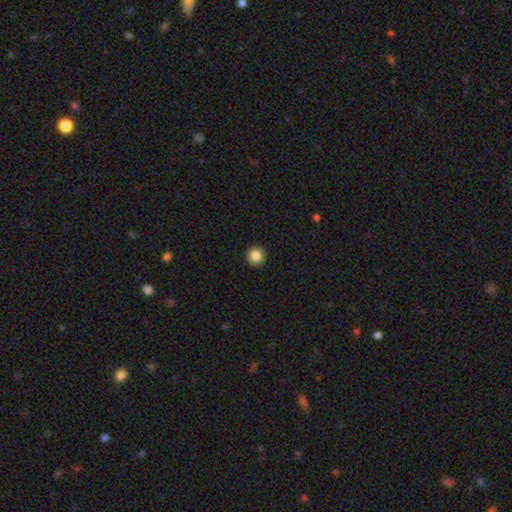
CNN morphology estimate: Smooth or featured?
  - smooth: 86% *
  - star or artifact: 10%
  - featured or disk: 4%
How rounded?
  - round: 96% *
  - in between: 3%
  - cigar-shaped: 1%
Merging?
  - none: 93% *
  - minor disturbance: 4%
  - major disturbance: 1%
  - merger: 1%